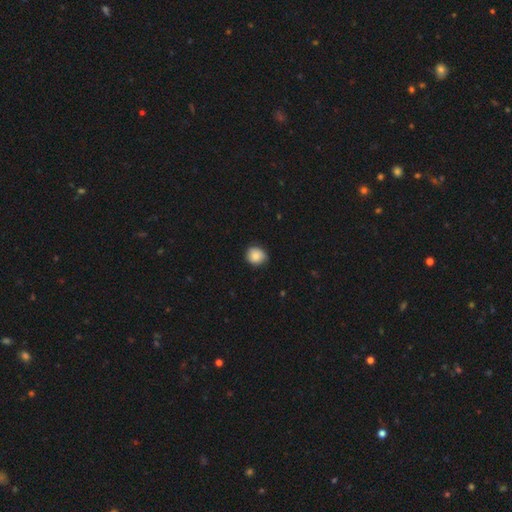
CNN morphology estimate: Smooth or featured: smooth — 86% (star or artifact — 8%)
How rounded: round — 81% (in between — 18%)
Merging: none — 79% (minor disturbance — 18%)